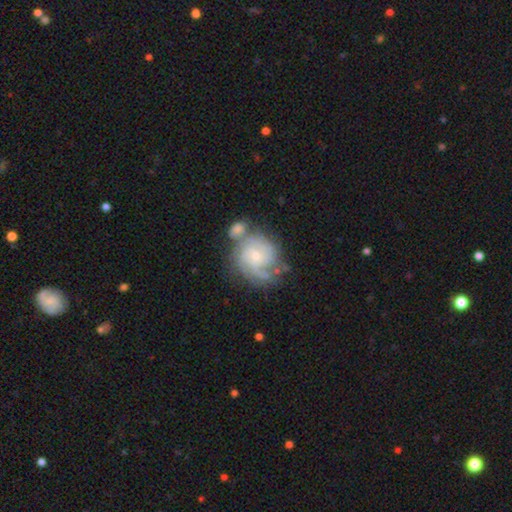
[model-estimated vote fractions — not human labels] The model was most divided on "spiral arm count": 3: 31%, can't tell: 25%, 2: 18%, 4: 15%, more than 4: 6%, 1: 6%. Remaining: edge-on disk — no (98%); spiral arms — yes (96%); smooth or featured — featured or disk (83%); bar — no (67%); bulge size — small (63%); spiral winding — tight (59%); merging — none (49%).